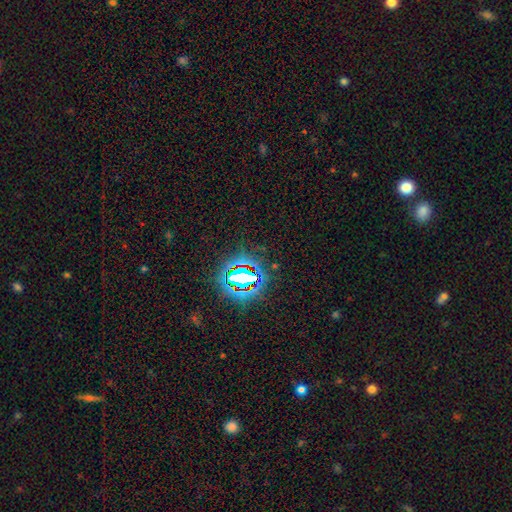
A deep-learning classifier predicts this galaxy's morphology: Smooth or featured?
  - star or artifact: 79% *
  - smooth: 13%
  - featured or disk: 8%